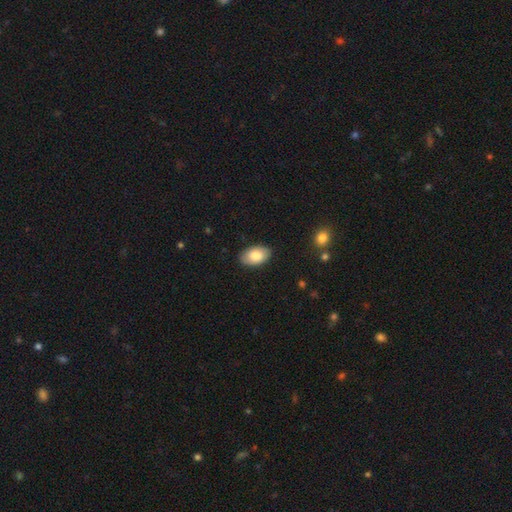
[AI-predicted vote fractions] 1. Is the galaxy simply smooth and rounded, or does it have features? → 81% smooth, 13% featured or disk, 6% star or artifact.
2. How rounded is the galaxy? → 93% in between, 6% round, 1% cigar-shaped.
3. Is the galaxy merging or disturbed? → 88% none, 9% minor disturbance, 2% major disturbance, 1% merger.